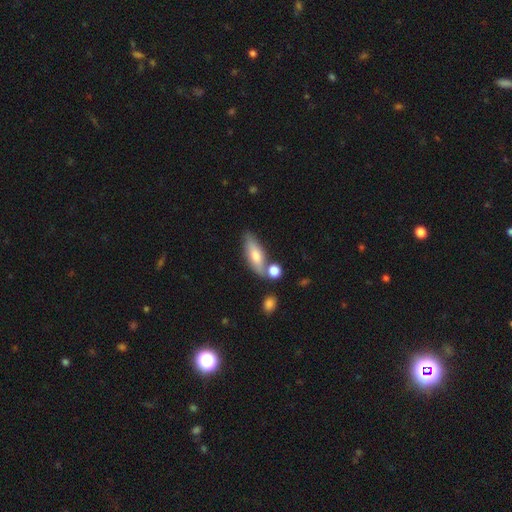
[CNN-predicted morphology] smooth-or-featured: smooth: 61% | featured or disk: 31% | star or artifact: 8%
  how-rounded: in between: 53% | cigar-shaped: 44% | round: 3%
  merging: none: 69% | minor disturbance: 14% | merger: 13% | major disturbance: 4%